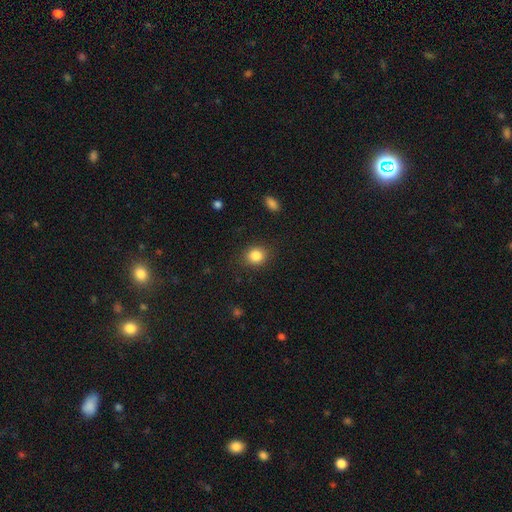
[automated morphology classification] Overall: smooth (85%). How rounded: round (70%). Merging: none (86%).